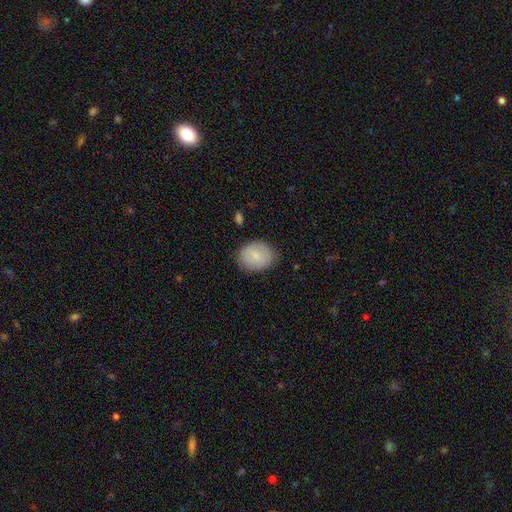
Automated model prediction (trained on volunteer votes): Smooth or featured? smooth (80%)
How rounded? in between (56%)
Merging? none (82%)